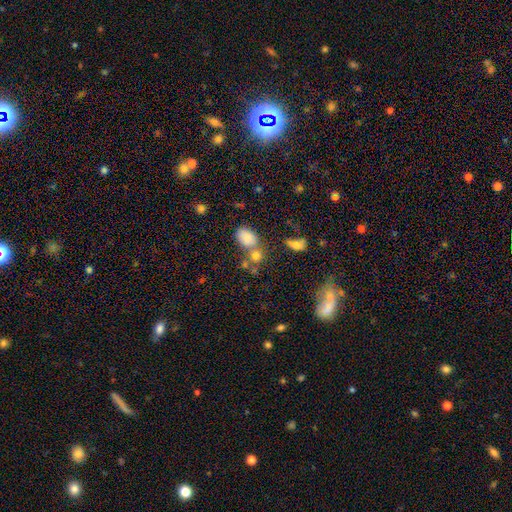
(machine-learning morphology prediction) Q: Smooth or featured?
A: smooth (76%); runner-up: star or artifact (14%)
Q: How rounded?
A: in between (53%); runner-up: round (46%)
Q: Merging?
A: none (45%); runner-up: merger (38%)